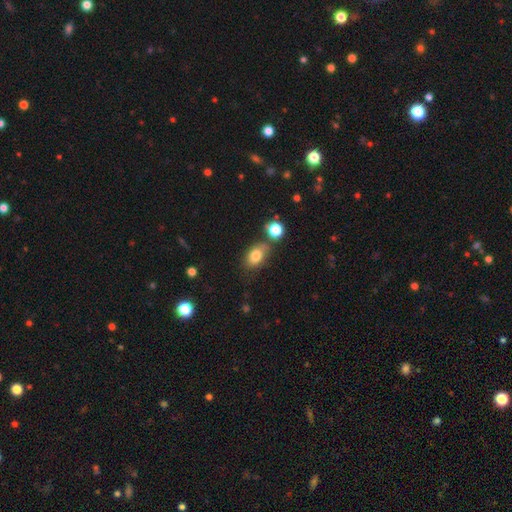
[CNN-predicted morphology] Smooth or featured: smooth — 80% (featured or disk — 10%)
How rounded: in between — 80% (round — 18%)
Merging: none — 60% (minor disturbance — 19%)